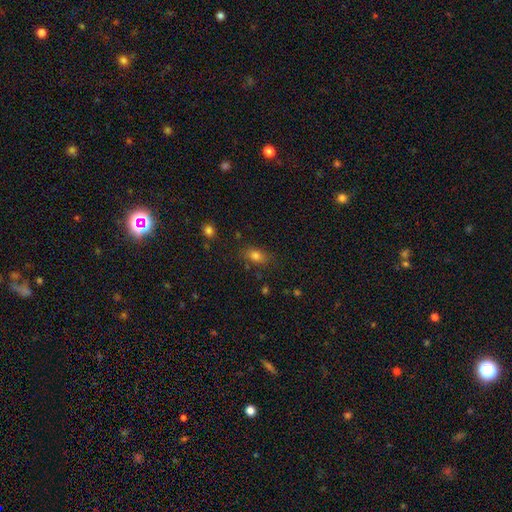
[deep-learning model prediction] A smooth galaxy with no disk features (78%) that is in between round and cigar-shaped (76%).

Vote fractions:
- Smooth or featured? smooth: 78% / star or artifact: 12% / featured or disk: 10%
- How rounded? in between: 76% / round: 19% / cigar-shaped: 5%
- Merging? none: 76% / minor disturbance: 16% / major disturbance: 5% / merger: 3%